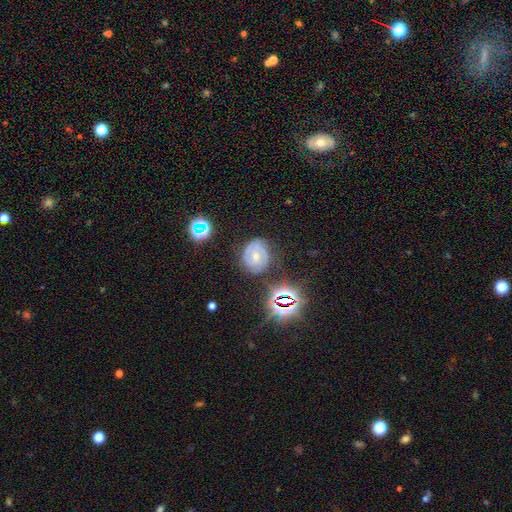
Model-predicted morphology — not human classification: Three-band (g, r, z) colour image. It shows a featured or disk galaxy (65%) with no bar (47%), 2 (55%) tight (61%) spiral arms (85%) and a moderate central bulge (51%). Merging: none (67%).